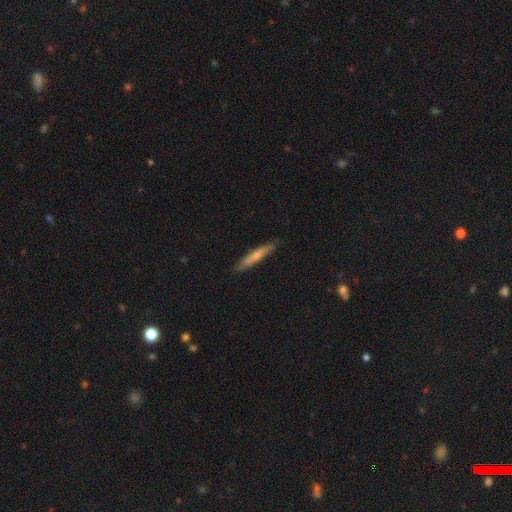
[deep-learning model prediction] Smooth or featured? smooth (57%)
How rounded? cigar-shaped (93%)
Merging? none (86%)